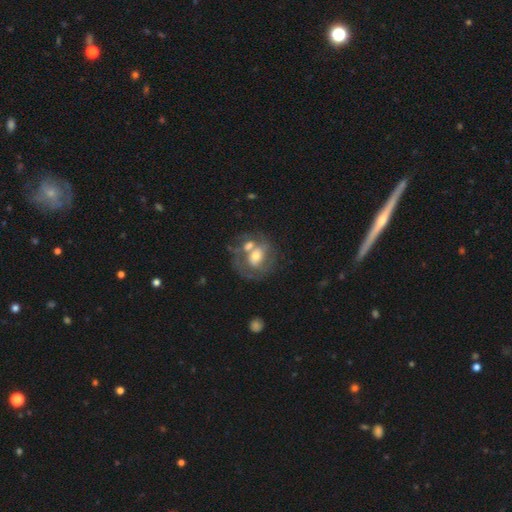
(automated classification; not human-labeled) A featured or disk galaxy (54%) with no bar (67%), no spiral arms (57%) and a moderate central bulge (61%).

Vote fractions:
- Smooth or featured? featured or disk: 54% / smooth: 39% / star or artifact: 8%
- Edge-on disk? no: 96% / yes: 4%
- Bar? no: 67% / weak: 24% / strong: 9%
- Spiral arms? no: 57% / yes: 43%
- Bulge size? moderate: 61% / small: 20% / large: 14% / none: 2% / dominant: 2%
- Merging? merger: 44% / none: 31% / minor disturbance: 13% / major disturbance: 11%